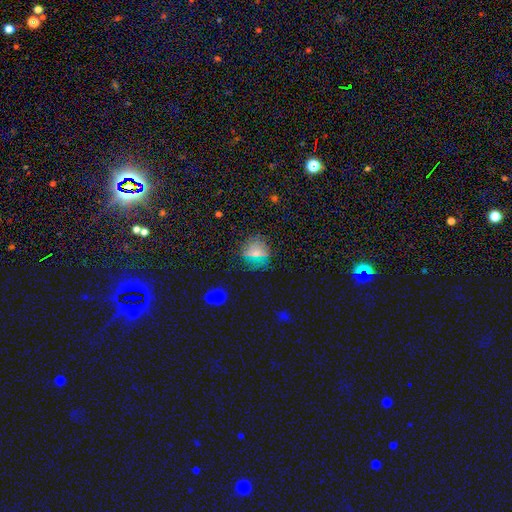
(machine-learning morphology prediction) smooth 59%, star or artifact 25%, featured or disk 16%. Down the decision tree: how rounded — round (78%); merging — none (77%).